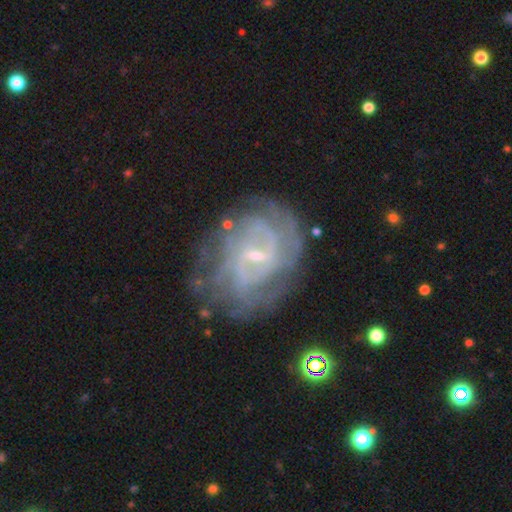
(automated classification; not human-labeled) Smooth or featured? featured or disk (85%)
Edge-on disk? no (97%)
Bar? weak (57%)
Spiral arms? yes (92%)
Spiral winding? tight (54%)
Spiral arm count? can't tell (42%)
Bulge size? small (77%)
Merging? none (70%)